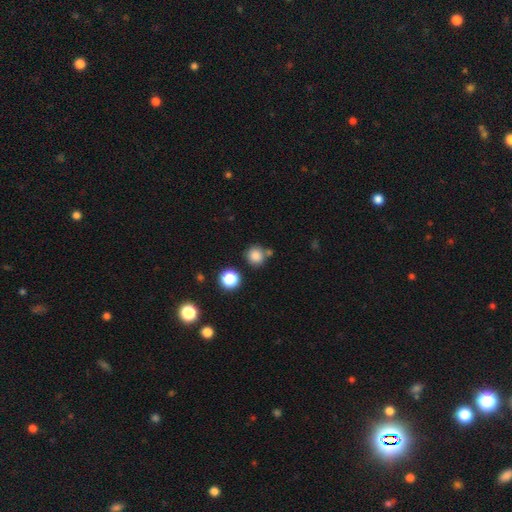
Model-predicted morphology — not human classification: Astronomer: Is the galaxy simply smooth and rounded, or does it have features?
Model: smooth — 83%.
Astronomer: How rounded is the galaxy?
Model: round — 89%.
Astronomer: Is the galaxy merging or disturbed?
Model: none — 72%.